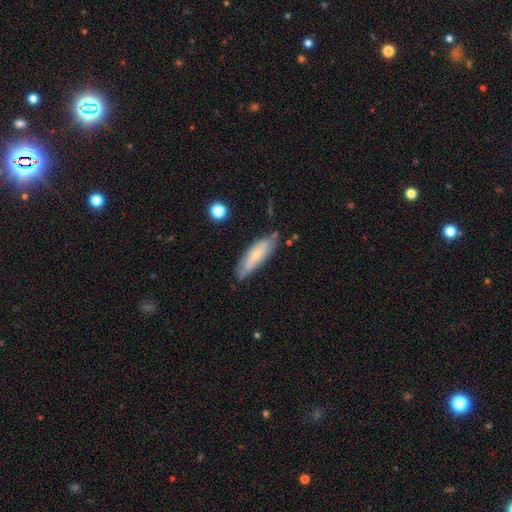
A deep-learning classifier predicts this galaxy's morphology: smooth 53%, featured or disk 40%, star or artifact 6%. Down the decision tree: how rounded — cigar-shaped (54%); merging — none (71%).